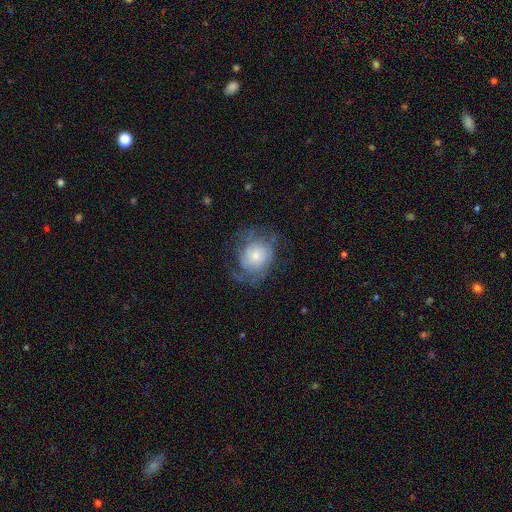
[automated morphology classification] Smooth or featured? featured or disk (59%)
Edge-on disk? no (97%)
Bar? no (77%)
Spiral arms? yes (81%)
Bulge size? small (45%)
Merging? none (55%)